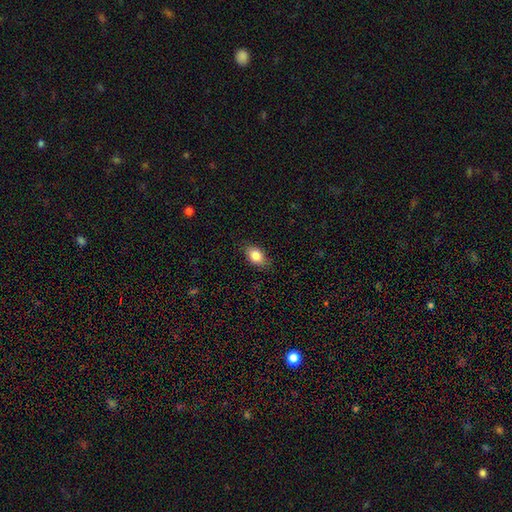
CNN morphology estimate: Smooth or featured: smooth — 85% (star or artifact — 8%)
How rounded: in between — 87% (round — 11%)
Merging: none — 82% (minor disturbance — 14%)